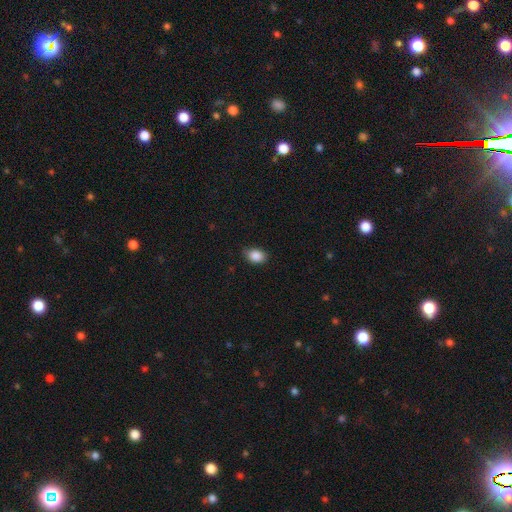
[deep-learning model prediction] Smooth or featured? smooth (89%)
How rounded? in between (76%)
Merging? none (79%)